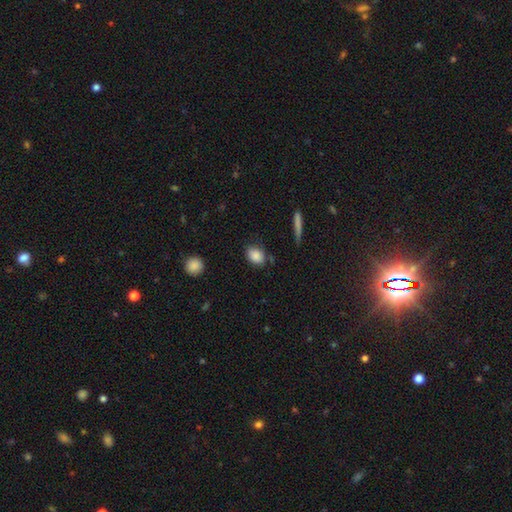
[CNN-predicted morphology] A smooth galaxy with no disk features (86%) that is in between round and cigar-shaped (74%).

Vote fractions:
- Smooth or featured? smooth: 86% / star or artifact: 8% / featured or disk: 6%
- How rounded? in between: 74% / round: 24% / cigar-shaped: 2%
- Merging? none: 76% / minor disturbance: 17% / major disturbance: 4% / merger: 4%